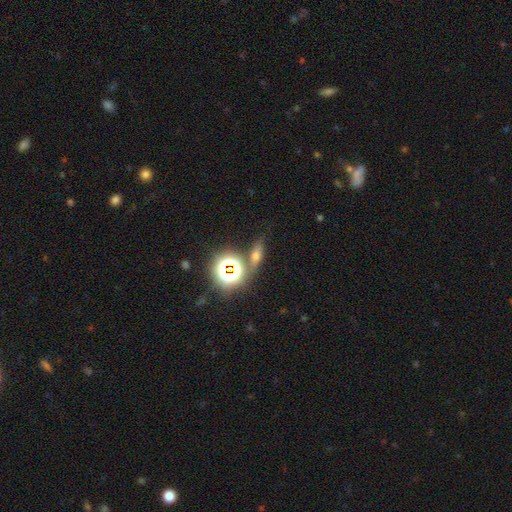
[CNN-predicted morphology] type=smooth (44%); merging=none (72%).